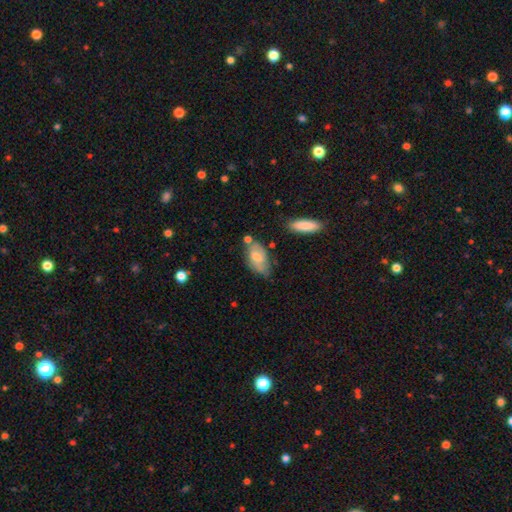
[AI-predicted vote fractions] A smooth galaxy with no disk features (57%) that is in between round and cigar-shaped (90%). Merging: none (56%).